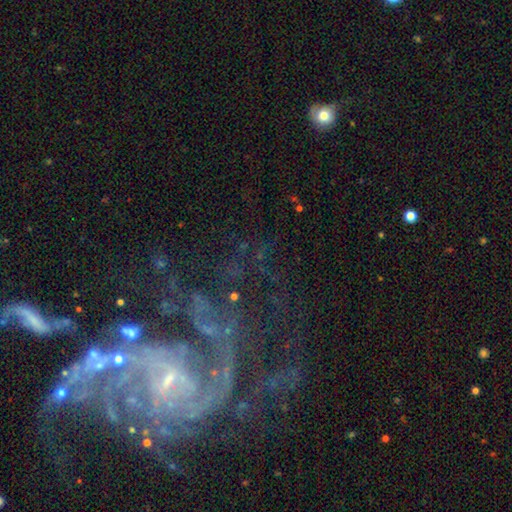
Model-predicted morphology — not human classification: A featured or disk galaxy (82%) with a weak bar (42%), 2 (27%) medium (41%, tied with tight) spiral arms (93%) and a small central bulge (76%).

Vote fractions:
- Smooth or featured? featured or disk: 82% / star or artifact: 12% / smooth: 6%
- Edge-on disk? no: 97% / yes: 3%
- Bar? weak: 42% / no: 39% / strong: 19%
- Spiral arms? yes: 93% / no: 7%
- Spiral winding? medium: 41% (tied) / tight: 41% (tied) / loose: 18%
- Spiral arm count? 2: 27% / can't tell: 25% / 3: 17% / 4: 12% / more than 4: 10% / 1: 9%
- Bulge size? small: 76% / moderate: 13% / none: 9% / large: 2% / dominant: 1%
- Merging? none: 52% / major disturbance: 26% / minor disturbance: 16% / merger: 6%